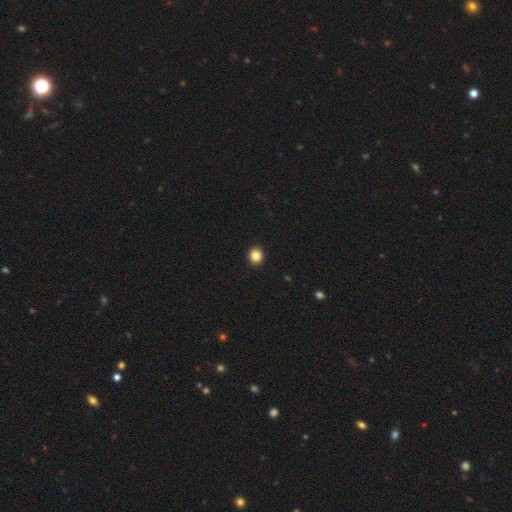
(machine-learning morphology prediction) smooth-or-featured: smooth: 85% | star or artifact: 10% | featured or disk: 4%
  how-rounded: round: 78% | in between: 22% | cigar-shaped: 1%
  merging: none: 93% | minor disturbance: 4% | major disturbance: 1% | merger: 1%